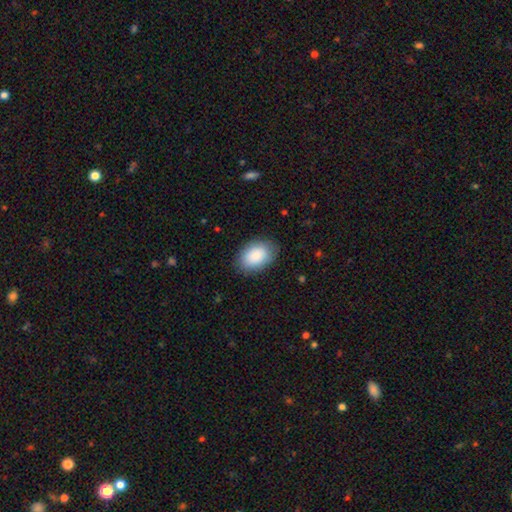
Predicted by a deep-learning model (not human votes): smooth_or_featured: smooth (p=0.89) [alt: star or artifact p=0.06]
how_rounded: in between (p=0.90) [alt: round p=0.09]
merging: none (p=0.84) [alt: minor disturbance p=0.12]